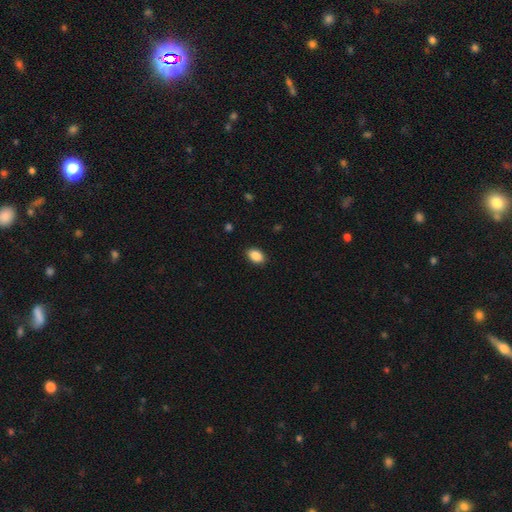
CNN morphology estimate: This appears to be a smooth galaxy with no disk features (88%) that is in between round and cigar-shaped (87%). Merging: none (88%).